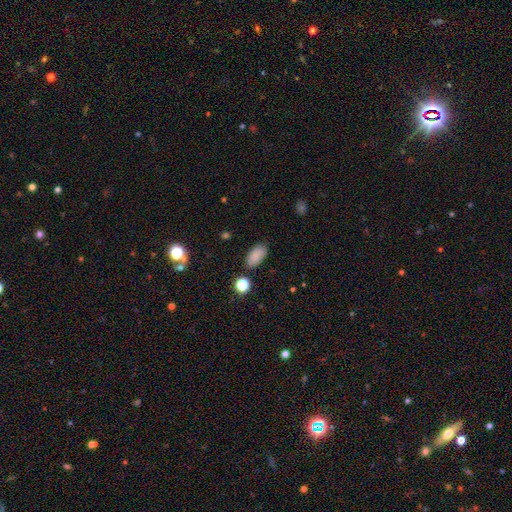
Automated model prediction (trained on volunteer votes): Smooth or featured? Predicted: smooth (p=0.85). How rounded? Predicted: in between (p=0.91). Merging? Predicted: none (p=0.83).